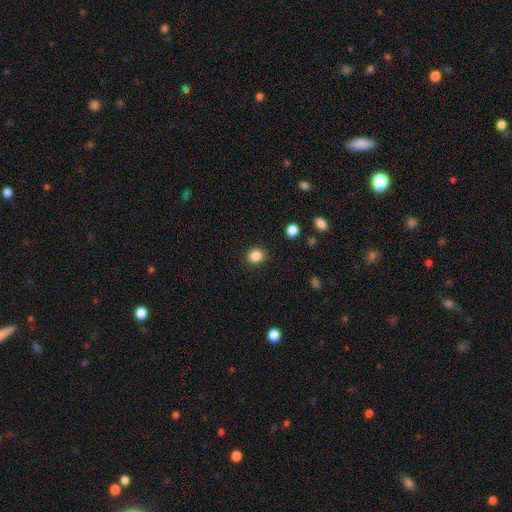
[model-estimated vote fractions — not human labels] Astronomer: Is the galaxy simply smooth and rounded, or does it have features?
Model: smooth — 86%.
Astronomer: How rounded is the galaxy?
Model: round — 82%.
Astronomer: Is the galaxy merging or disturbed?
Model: none — 90%.